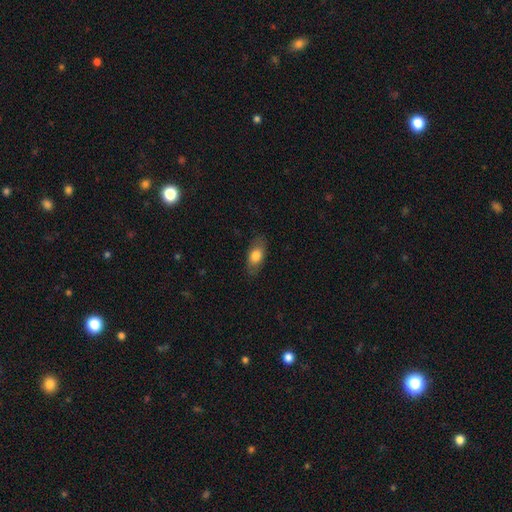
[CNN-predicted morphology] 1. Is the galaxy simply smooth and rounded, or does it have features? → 76% smooth, 18% featured or disk, 7% star or artifact.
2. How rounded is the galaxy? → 85% in between, 8% cigar-shaped, 6% round.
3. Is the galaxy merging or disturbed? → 81% none, 14% minor disturbance, 4% major disturbance, 1% merger.